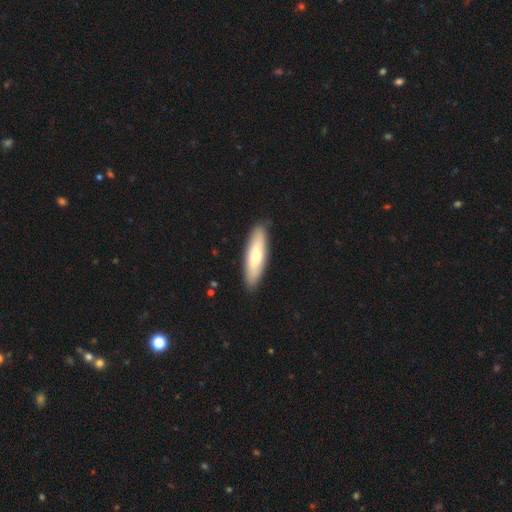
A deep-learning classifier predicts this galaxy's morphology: The model was most divided on "how rounded": cigar-shaped: 59%, in between: 39%, round: 2%. More confident: merging — none (87%); smooth or featured — smooth (69%).